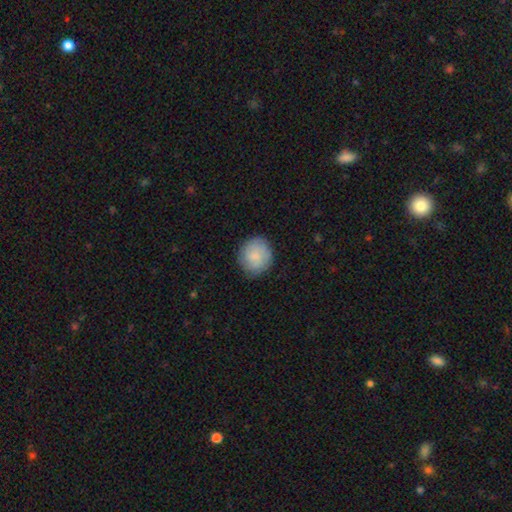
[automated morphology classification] A smooth galaxy with no disk features (69%) that is round (79%). Merging: none (79%).